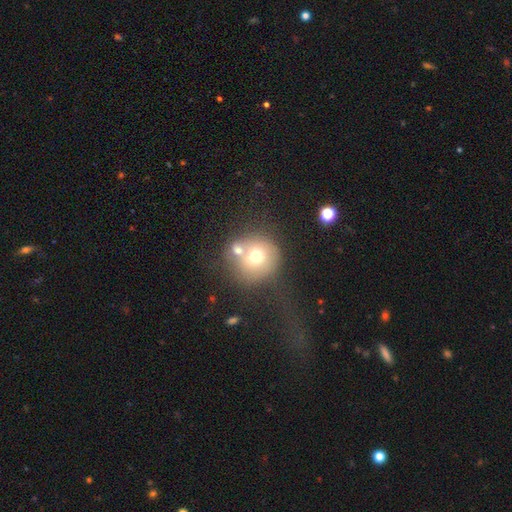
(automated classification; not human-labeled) Smooth or featured: smooth — 66% (featured or disk — 22%)
How rounded: round — 89% (in between — 10%)
Merging: none — 41% (merger — 40%)